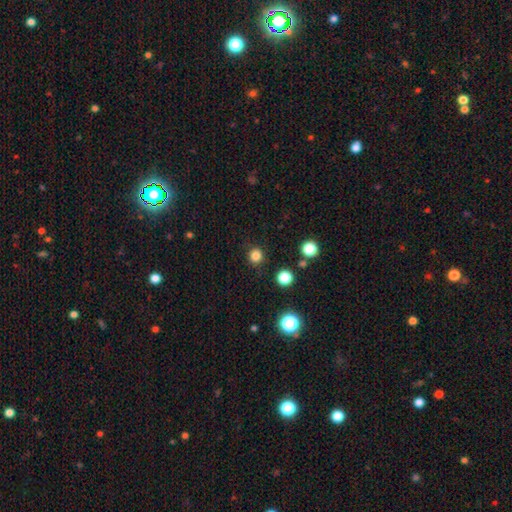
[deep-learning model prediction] A smooth galaxy with no disk features (82%) that is round (94%).

Vote fractions:
- Smooth or featured? smooth: 82% / star or artifact: 14% / featured or disk: 4%
- How rounded? round: 94% / in between: 5% / cigar-shaped: 1%
- Merging? none: 89% / minor disturbance: 7% / major disturbance: 2% / merger: 2%